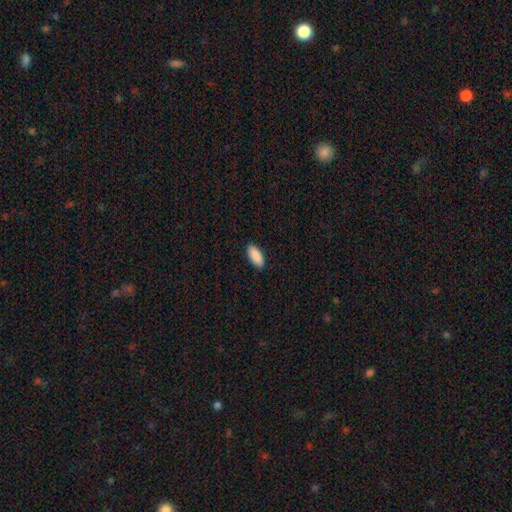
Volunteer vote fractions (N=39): smooth-or-featured: smooth: 90% | featured or disk: 5% | star or artifact: 5%
  how-rounded: in between: 83% | cigar-shaped: 17% | round: 0%
  merging: none: 95% | minor disturbance: 3% | major disturbance: 3% | merger: 0%